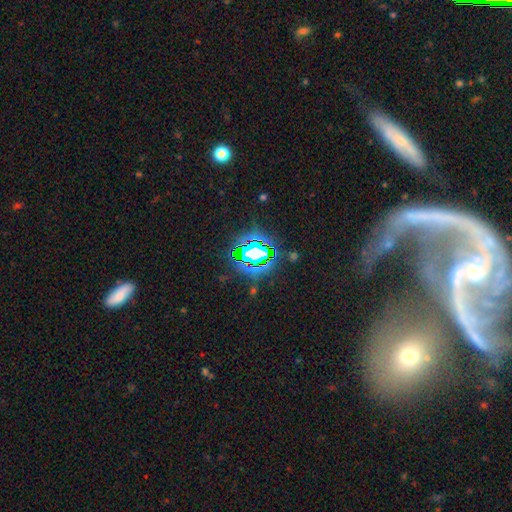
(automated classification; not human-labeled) This is likely a star or artifact rather than a galaxy (74%).